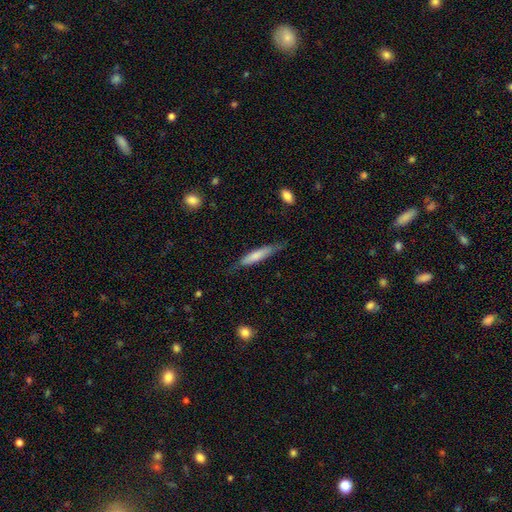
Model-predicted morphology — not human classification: A smooth galaxy with no disk features (69%) that is cigar-shaped (85%). Merging: none (72%).